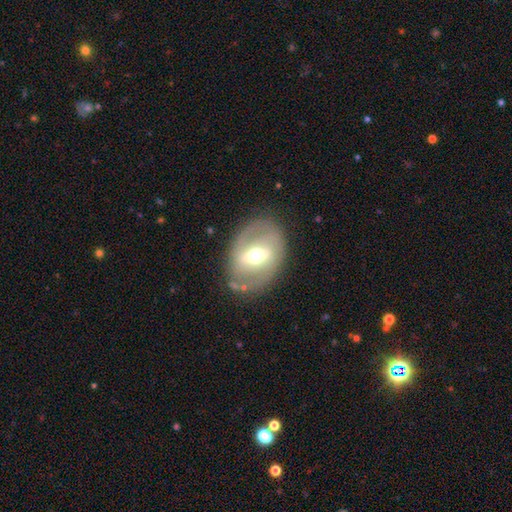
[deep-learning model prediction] This is likely a featured or disk galaxy (70%). It is clearly not viewed edge-on (93%). Bar: possibly strong (50%). Spiral arm pattern: possibly yes (53%). Central bulge: likely moderate (69%). Merging: likely none (77%).